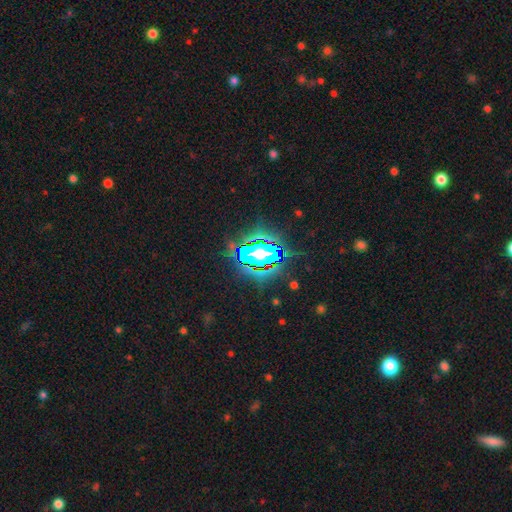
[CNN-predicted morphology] The model was most divided on "smooth or featured": star or artifact: 79%, smooth: 11%, featured or disk: 9%.